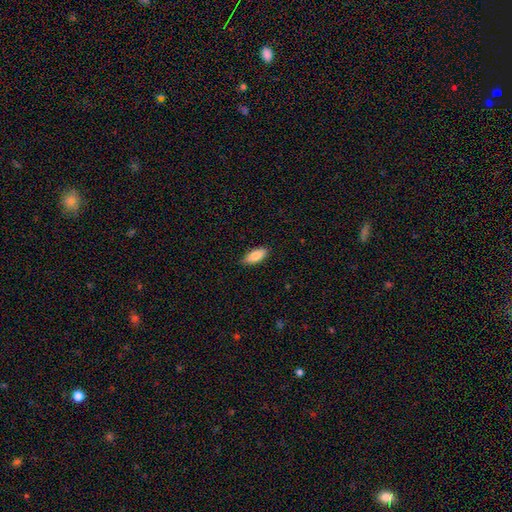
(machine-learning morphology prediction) The model was most divided on "how rounded": in between: 84%, cigar-shaped: 14%, round: 2%. More confident: smooth or featured — smooth (85%); merging — none (85%).